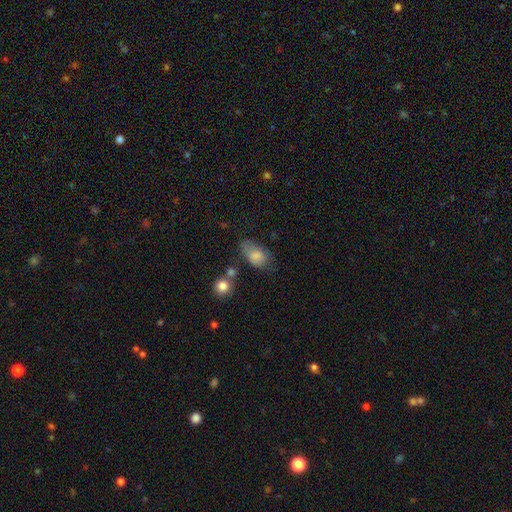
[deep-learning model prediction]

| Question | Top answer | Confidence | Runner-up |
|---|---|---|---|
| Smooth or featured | smooth | 81% | featured or disk (11%) |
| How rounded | in between | 89% | round (9%) |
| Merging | none | 48% | minor disturbance (31%) |